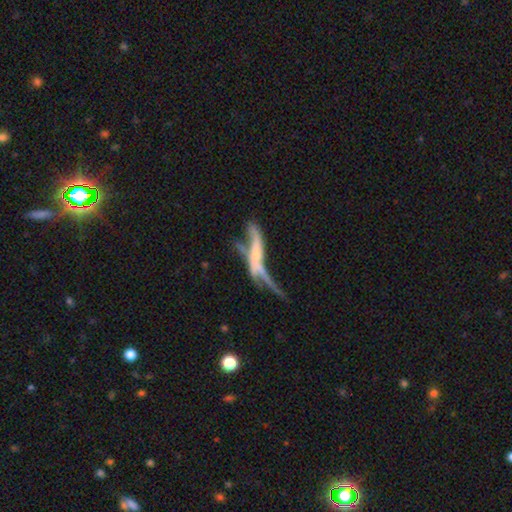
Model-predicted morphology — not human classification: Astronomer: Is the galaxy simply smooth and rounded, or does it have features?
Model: featured or disk — 69%.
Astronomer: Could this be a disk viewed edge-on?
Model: no — 54% (runner-up: yes, 46%).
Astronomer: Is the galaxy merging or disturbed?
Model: major disturbance — 31% (runner-up: merger, 30%).